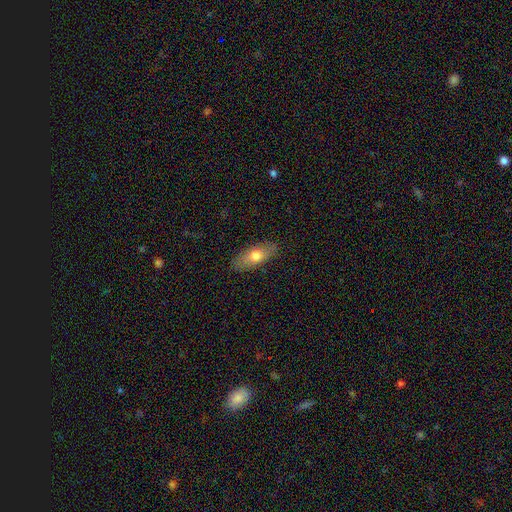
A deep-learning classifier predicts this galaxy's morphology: Smooth or featured? smooth (70%)
How rounded? in between (75%)
Merging? none (86%)